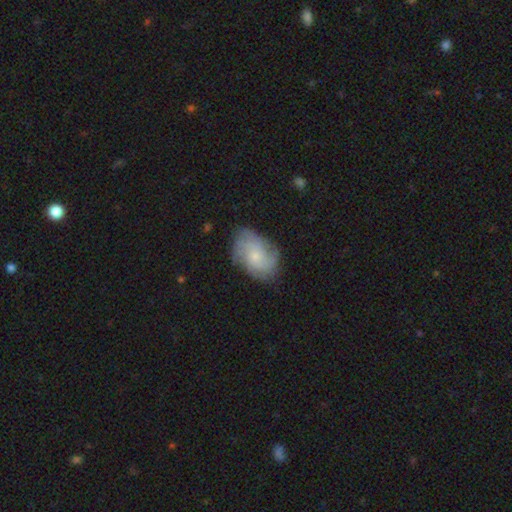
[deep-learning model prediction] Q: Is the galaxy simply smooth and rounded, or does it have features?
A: featured or disk — 62%.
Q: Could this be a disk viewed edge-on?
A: no — 97%.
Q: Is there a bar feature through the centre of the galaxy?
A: no — 79%.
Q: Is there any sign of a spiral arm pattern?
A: yes — 90%.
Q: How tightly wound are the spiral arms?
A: tight — 43%.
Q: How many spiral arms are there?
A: can't tell — 34%.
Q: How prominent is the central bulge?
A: small — 66%.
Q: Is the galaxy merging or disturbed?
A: none — 71%.